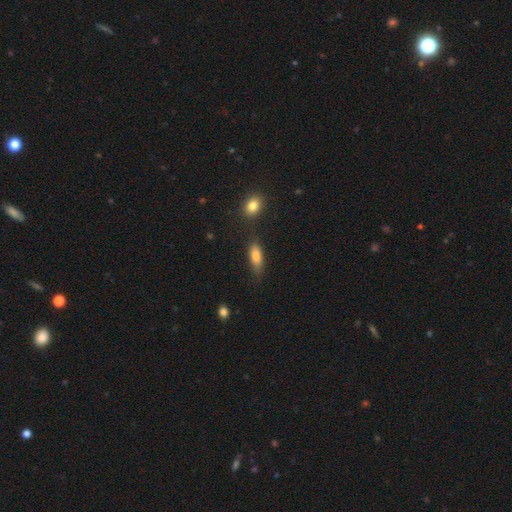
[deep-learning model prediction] Morphology: type=smooth (79%); roundness=in between (66%); merging=none (68%).